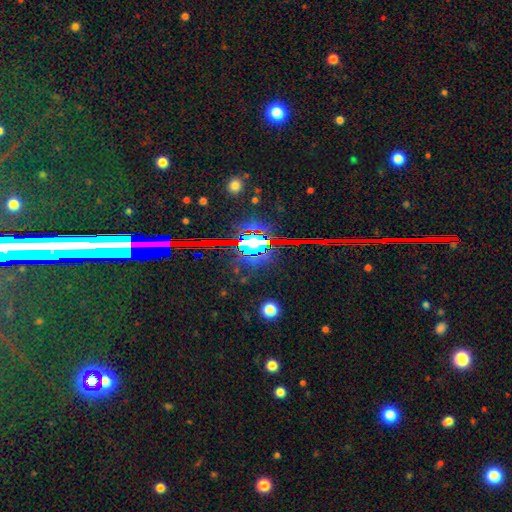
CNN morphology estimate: smooth-or-featured: star or artifact: 82% | featured or disk: 10% | smooth: 8%